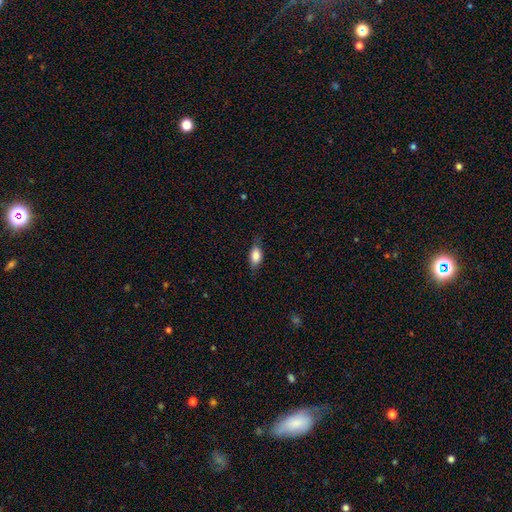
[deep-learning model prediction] Q: Smooth or featured?
A: smooth (83%); runner-up: featured or disk (10%)
Q: How rounded?
A: in between (86%); runner-up: cigar-shaped (9%)
Q: Merging?
A: none (77%); runner-up: minor disturbance (18%)